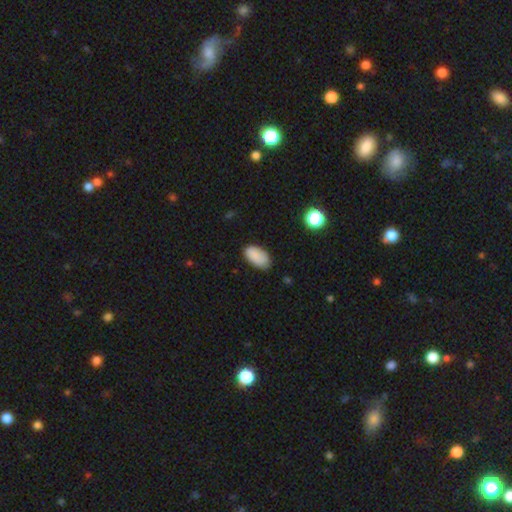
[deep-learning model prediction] smooth_or_featured: smooth (p=0.88) [alt: star or artifact p=0.08]
how_rounded: in between (p=0.95) [alt: round p=0.03]
merging: none (p=0.78) [alt: minor disturbance p=0.18]